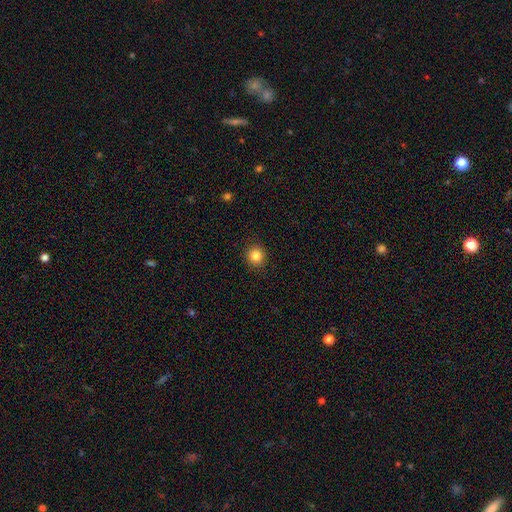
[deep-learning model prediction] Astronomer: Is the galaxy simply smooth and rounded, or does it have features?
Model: smooth — 84%.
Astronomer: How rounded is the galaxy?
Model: round — 89%.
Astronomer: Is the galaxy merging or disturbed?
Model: none — 91%.